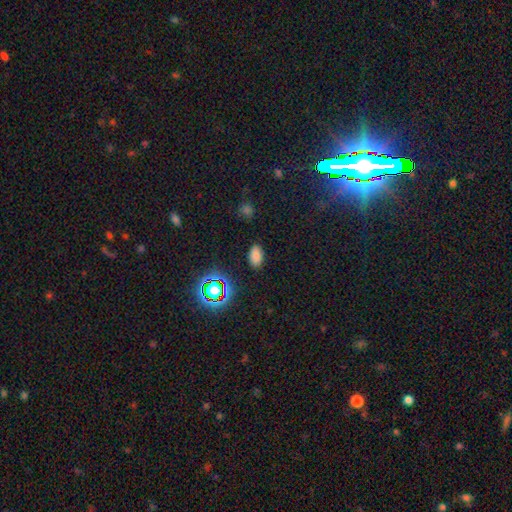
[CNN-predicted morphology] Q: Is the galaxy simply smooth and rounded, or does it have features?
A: smooth — 75%.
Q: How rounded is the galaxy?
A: in between — 92%.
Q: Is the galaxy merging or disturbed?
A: none — 86%.